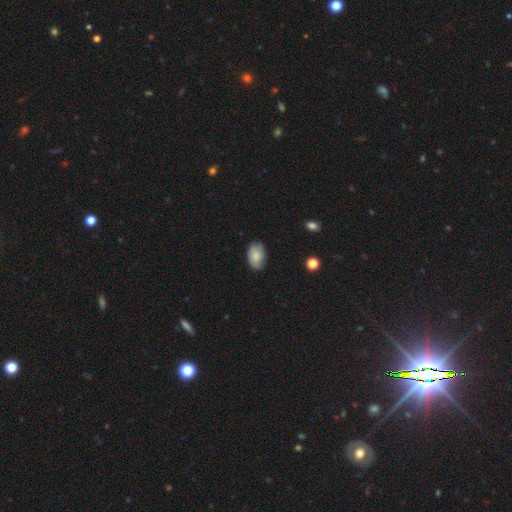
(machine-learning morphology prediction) Smooth or featured? smooth (82%)
How rounded? in between (90%)
Merging? none (81%)